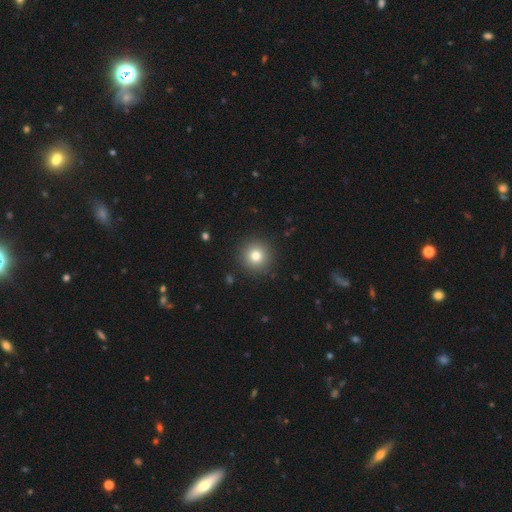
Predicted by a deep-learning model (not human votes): Q: Smooth or featured?
A: smooth (78%); runner-up: star or artifact (13%)
Q: How rounded?
A: round (96%); runner-up: in between (3%)
Q: Merging?
A: none (91%); runner-up: minor disturbance (5%)